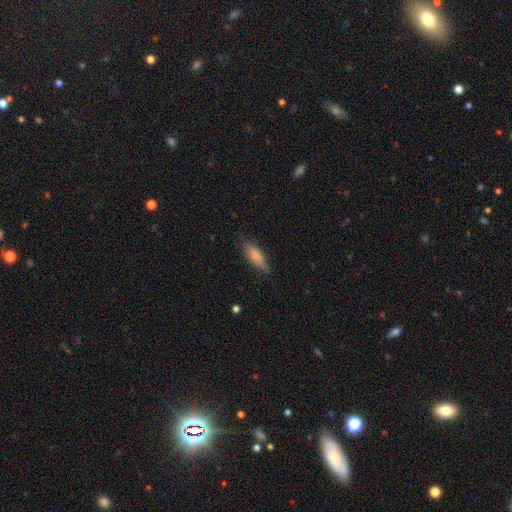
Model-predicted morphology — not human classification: smooth_or_featured: smooth (p=0.76) [alt: featured or disk p=0.17]
how_rounded: in between (p=0.55) [alt: cigar-shaped p=0.43]
merging: none (p=0.77) [alt: minor disturbance p=0.19]